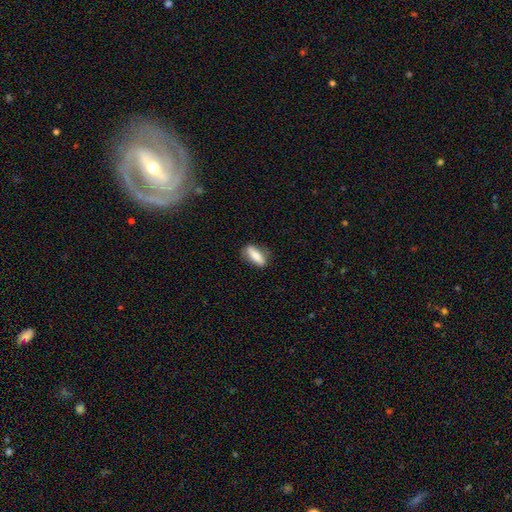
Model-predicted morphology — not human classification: Smooth or featured?
  - smooth: 66% *
  - featured or disk: 28%
  - star or artifact: 6%
How rounded?
  - in between: 57% *
  - cigar-shaped: 40%
  - round: 3%
Merging?
  - none: 80% *
  - minor disturbance: 15%
  - major disturbance: 4%
  - merger: 1%